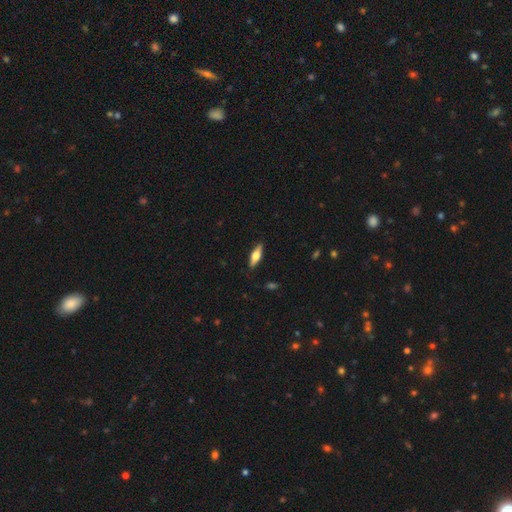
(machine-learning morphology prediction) featured or disk 50%, smooth 44%, star or artifact 6%. Down the decision tree: edge-on disk — yes (92%); merging — none (88%).